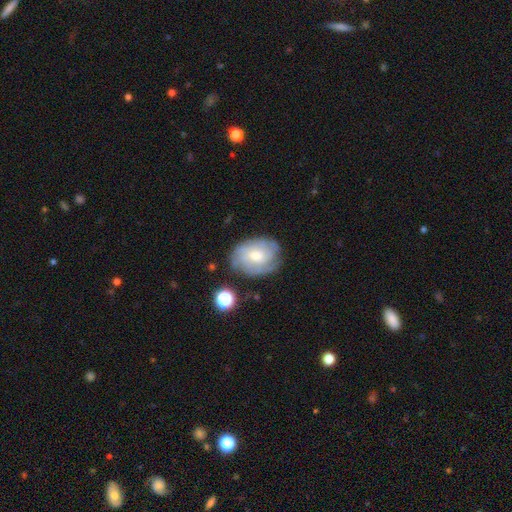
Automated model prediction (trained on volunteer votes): Q: Smooth or featured?
A: featured or disk (67%); runner-up: smooth (25%)
Q: Edge-on disk?
A: no (97%); runner-up: yes (3%)
Q: Bar?
A: no (65%); runner-up: weak (31%)
Q: Spiral arms?
A: yes (88%); runner-up: no (12%)
Q: Spiral winding?
A: tight (60%); runner-up: medium (30%)
Q: Spiral arm count?
A: can't tell (49%); runner-up: 3 (16%)
Q: Bulge size?
A: moderate (54%); runner-up: small (34%)
Q: Merging?
A: none (69%); runner-up: minor disturbance (21%)